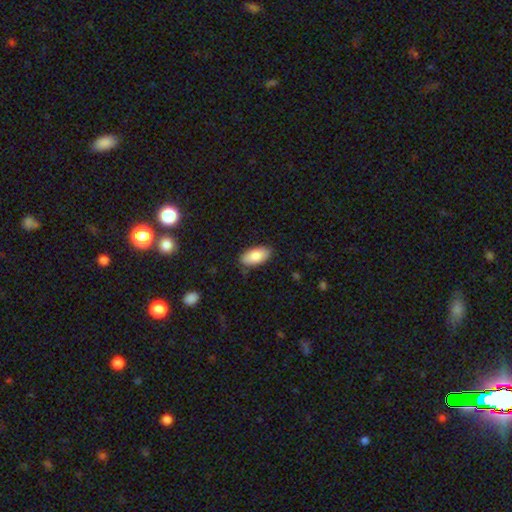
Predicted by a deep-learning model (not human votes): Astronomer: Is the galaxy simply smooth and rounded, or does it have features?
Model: smooth — 82%.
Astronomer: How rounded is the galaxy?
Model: in between — 93%.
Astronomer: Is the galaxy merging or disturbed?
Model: none — 84%.